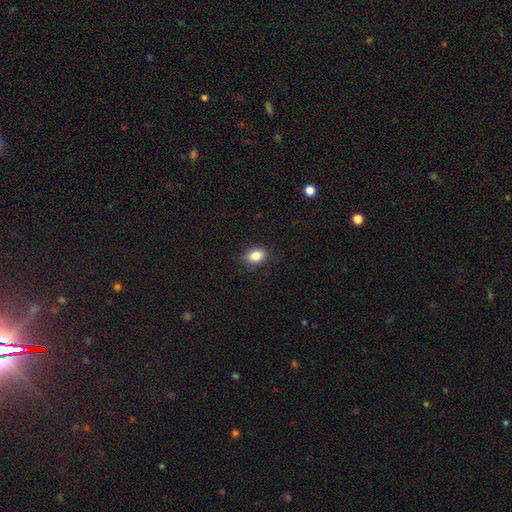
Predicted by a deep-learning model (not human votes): A smooth galaxy with no disk features (85%) that is in between round and cigar-shaped (71%). Merging: none (86%).